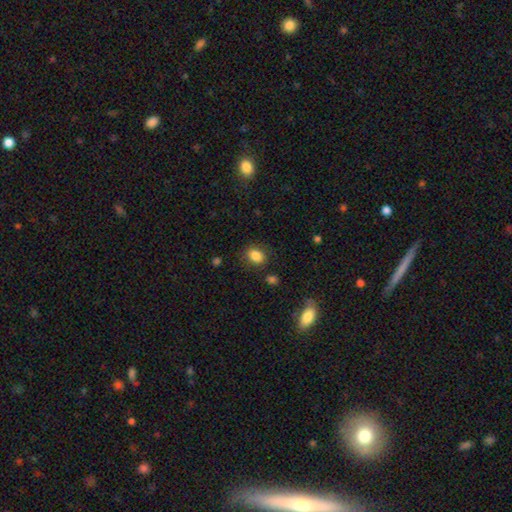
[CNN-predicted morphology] Overall: smooth (85%). How rounded: in between (65%; round 34%). Merging: none (81%).